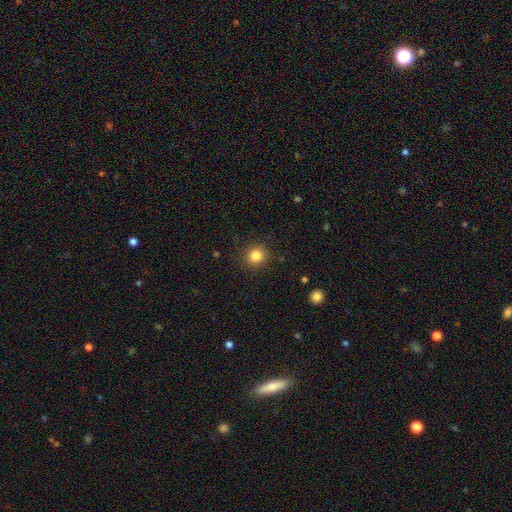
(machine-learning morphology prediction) A smooth galaxy with no disk features (83%) that is round (92%). Merging: none (90%).